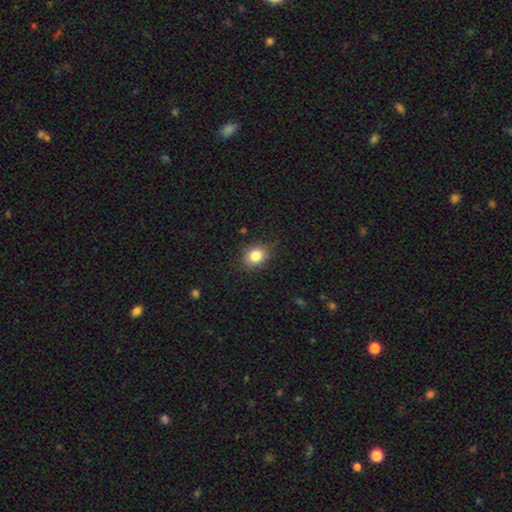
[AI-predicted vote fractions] This appears to be a smooth galaxy with no disk features (83%) that is round (60%). Merging: none (84%).